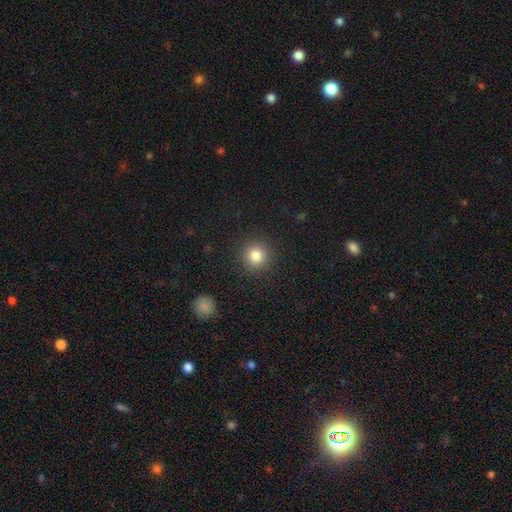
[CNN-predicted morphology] smooth-or-featured: smooth: 83% | star or artifact: 11% | featured or disk: 6%
  how-rounded: round: 94% | in between: 5% | cigar-shaped: 1%
  merging: none: 91% | minor disturbance: 6% | major disturbance: 2% | merger: 1%